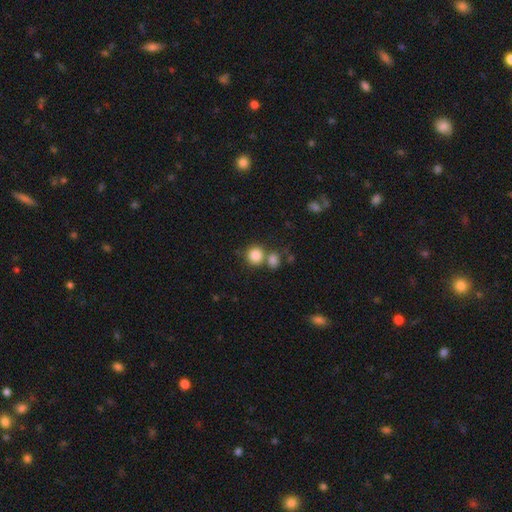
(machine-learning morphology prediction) This is clearly a smooth galaxy (85%). How rounded: clearly round (87%). Merging: possibly none (56%).